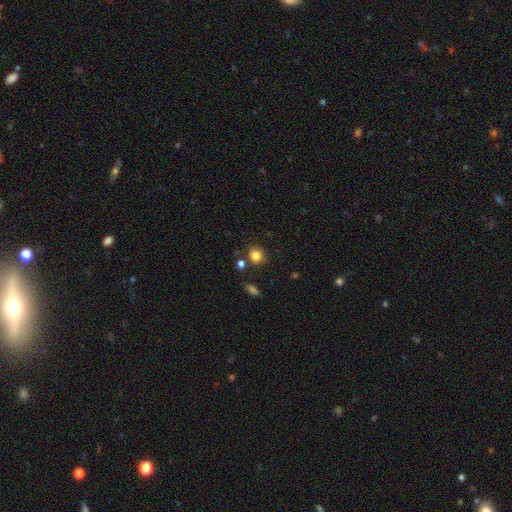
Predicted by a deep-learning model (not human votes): smooth 83%, star or artifact 11%, featured or disk 5%. Down the decision tree: how rounded — round (82%); merging — none (80%).